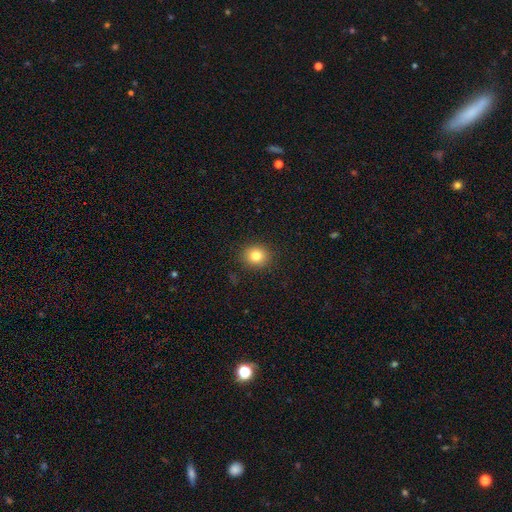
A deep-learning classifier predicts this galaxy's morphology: Smooth or featured? Predicted: smooth (p=0.82). How rounded? Predicted: round (p=0.81). Merging? Predicted: none (p=0.90).